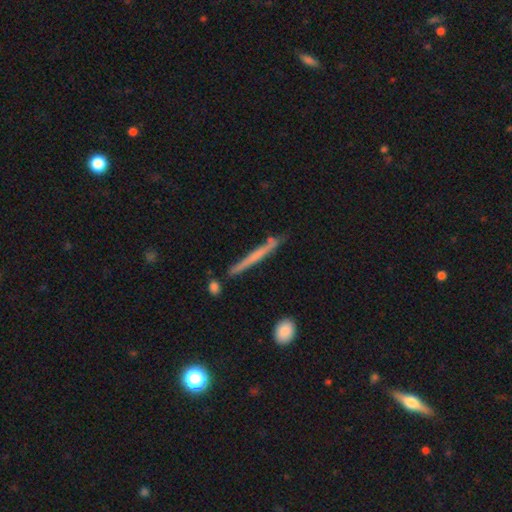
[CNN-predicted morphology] A smooth galaxy with no disk features (48%). Merging: none (80%).